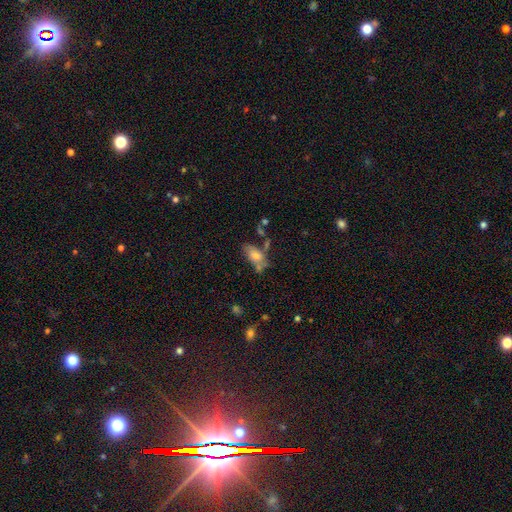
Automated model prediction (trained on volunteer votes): The model was most divided on "merging": none: 41%, merger: 23%, minor disturbance: 23%, major disturbance: 13%. More confident: how rounded — in between (87%); smooth or featured — smooth (68%).